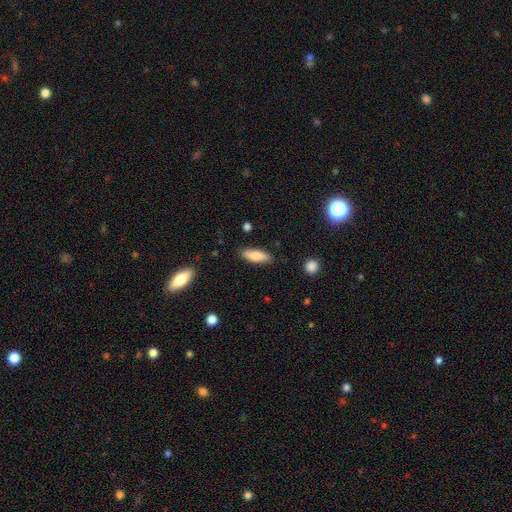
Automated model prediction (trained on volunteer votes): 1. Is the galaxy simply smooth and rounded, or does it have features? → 79% smooth, 14% featured or disk, 6% star or artifact.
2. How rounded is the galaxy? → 62% in between, 36% cigar-shaped, 2% round.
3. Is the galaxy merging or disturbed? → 85% none, 11% minor disturbance, 2% major disturbance, 2% merger.